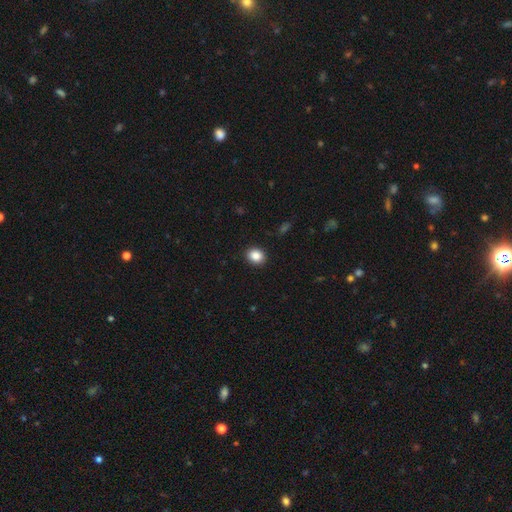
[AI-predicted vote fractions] Overall: smooth (87%). How rounded: round (62%; in between 37%). Merging: none (91%).